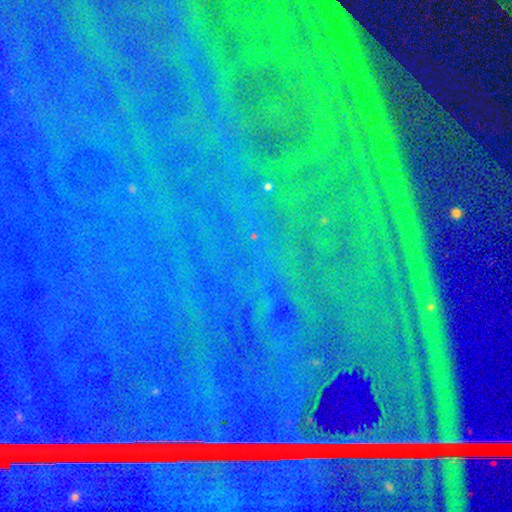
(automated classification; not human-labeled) smooth_or_featured: star or artifact (p=0.87) [alt: featured or disk p=0.07]